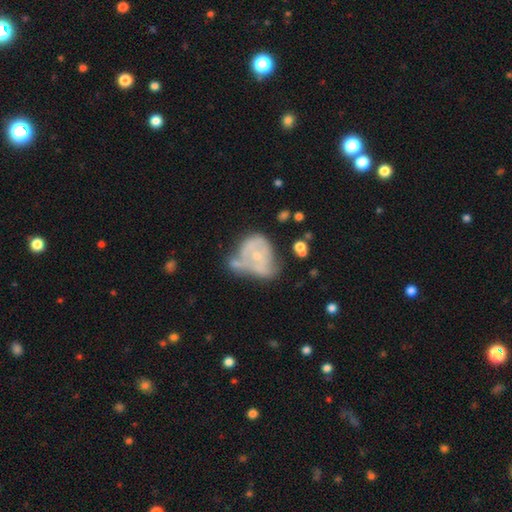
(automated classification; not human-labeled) A featured or disk galaxy (60%) with no bar (80%), no spiral arms (54%) and a small central bulge (66%). Merging: merger (30%).